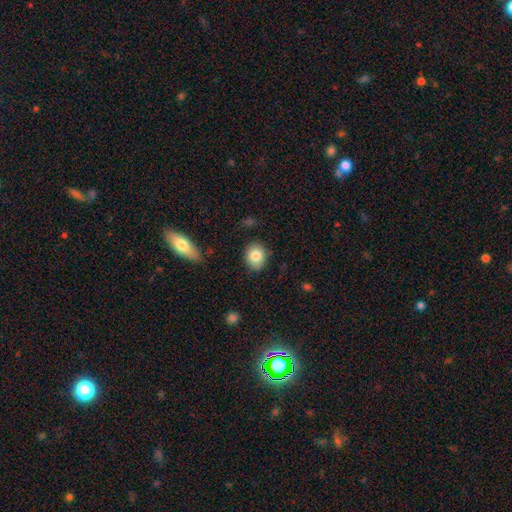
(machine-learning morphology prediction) Smooth or featured? Predicted: smooth (p=0.83). How rounded? Predicted: round (p=0.58). Merging? Predicted: none (p=0.83).